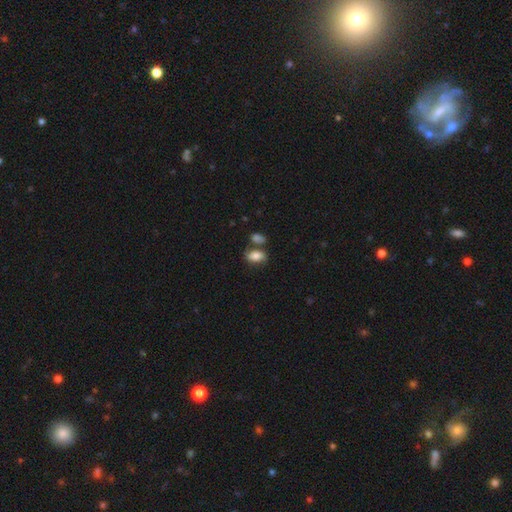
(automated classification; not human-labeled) The model was most divided on "merging": none: 50%, merger: 25%, minor disturbance: 18%, major disturbance: 8%. More confident: how rounded — in between (85%); smooth or featured — smooth (67%).